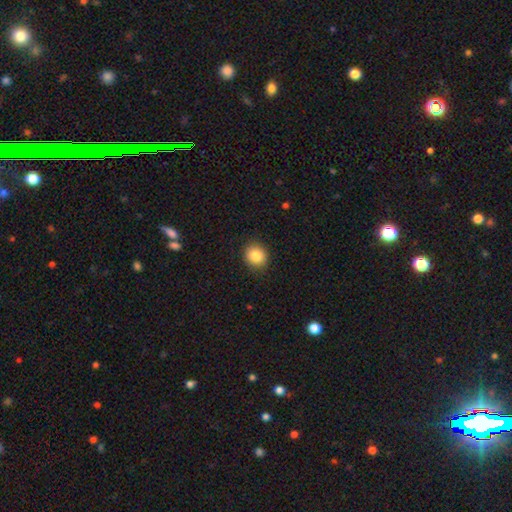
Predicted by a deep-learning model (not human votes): The model was most divided on "how rounded": round: 84%, in between: 15%, cigar-shaped: 1%. More confident: merging — none (90%); smooth or featured — smooth (85%).